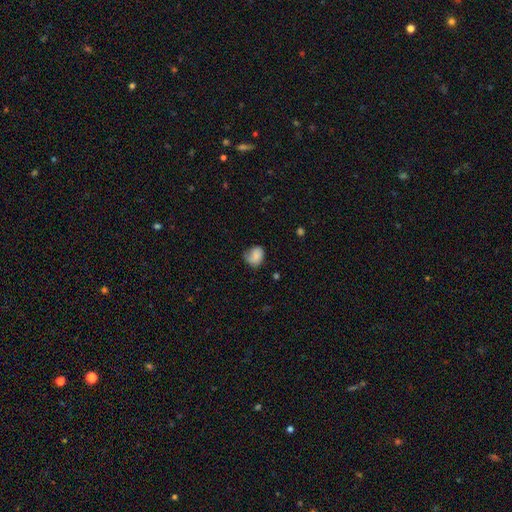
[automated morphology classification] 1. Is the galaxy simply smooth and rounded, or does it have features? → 77% smooth, 15% featured or disk, 8% star or artifact.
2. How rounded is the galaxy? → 53% round, 46% in between, 1% cigar-shaped.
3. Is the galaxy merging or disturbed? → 52% none, 34% minor disturbance, 12% major disturbance, 2% merger.